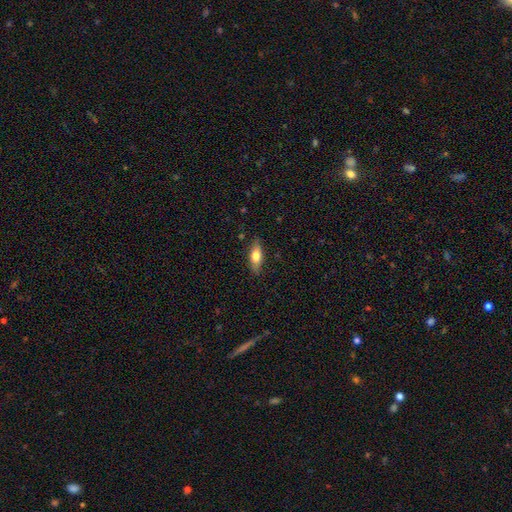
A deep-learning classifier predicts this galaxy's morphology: Q: Smooth or featured?
A: smooth (66%); runner-up: featured or disk (27%)
Q: How rounded?
A: in between (69%); runner-up: cigar-shaped (27%)
Q: Merging?
A: none (83%); runner-up: minor disturbance (13%)